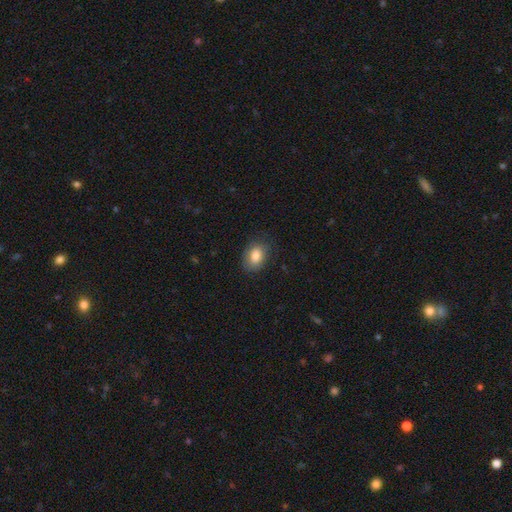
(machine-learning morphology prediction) A smooth galaxy with no disk features (83%) that is in between round and cigar-shaped (76%).

Vote fractions:
- Smooth or featured? smooth: 83% / featured or disk: 9% / star or artifact: 8%
- How rounded? in between: 76% / round: 23% / cigar-shaped: 1%
- Merging? none: 81% / minor disturbance: 15% / major disturbance: 3% / merger: 1%